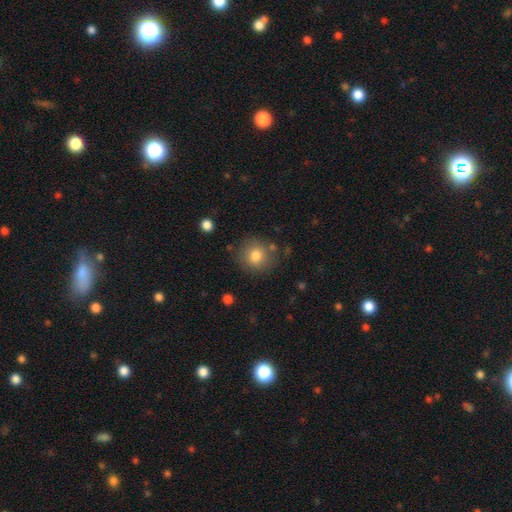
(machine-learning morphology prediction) Smooth or featured? smooth (80%)
How rounded? round (90%)
Merging? none (81%)